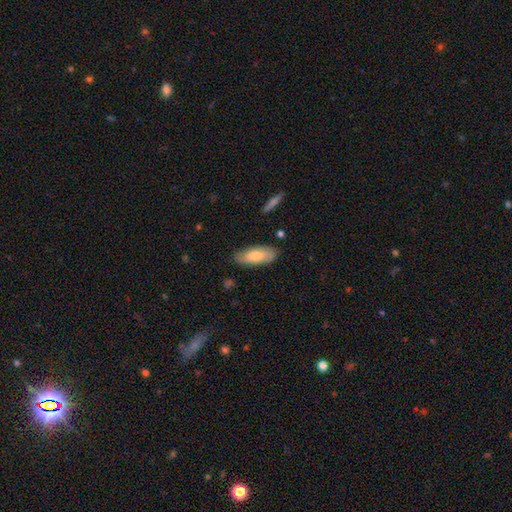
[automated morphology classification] smooth_or_featured: smooth (p=0.73) [alt: featured or disk p=0.22]
how_rounded: in between (p=0.83) [alt: cigar-shaped p=0.15]
merging: none (p=0.80) [alt: minor disturbance p=0.15]